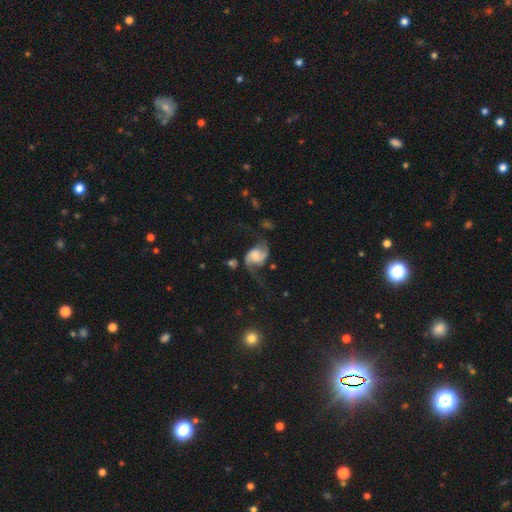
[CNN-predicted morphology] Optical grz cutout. It shows a featured or disk galaxy (84%) with no bar (55%), 2 (93%) loose (71%) spiral arms (96%) and a moderate central bulge (27%, tied with small). Merging: none (61%).